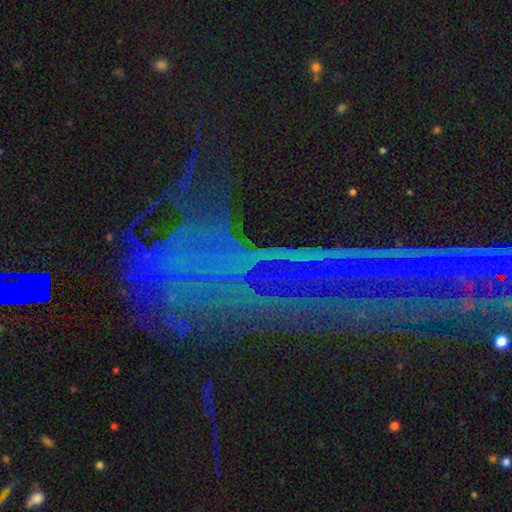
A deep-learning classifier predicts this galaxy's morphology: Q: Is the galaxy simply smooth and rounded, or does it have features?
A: star or artifact — 84%.